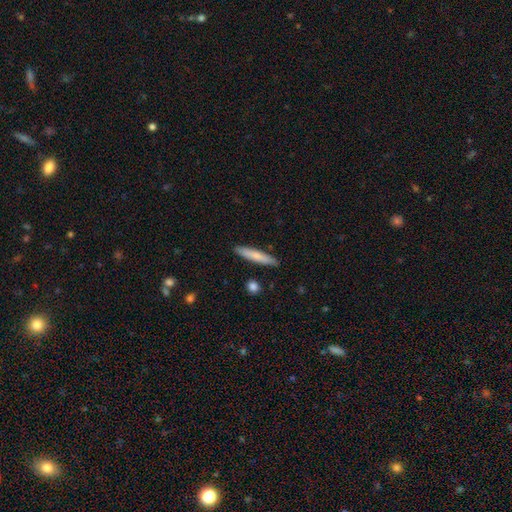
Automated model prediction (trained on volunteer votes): Smooth or featured: smooth — 75% (featured or disk — 19%)
How rounded: cigar-shaped — 92% (in between — 7%)
Merging: none — 89% (minor disturbance — 8%)